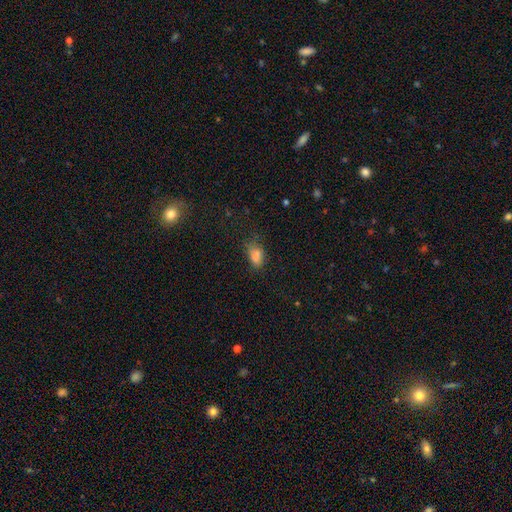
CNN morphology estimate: A smooth galaxy with no disk features (79%) that is in between round and cigar-shaped (84%). Merging: none (58%).